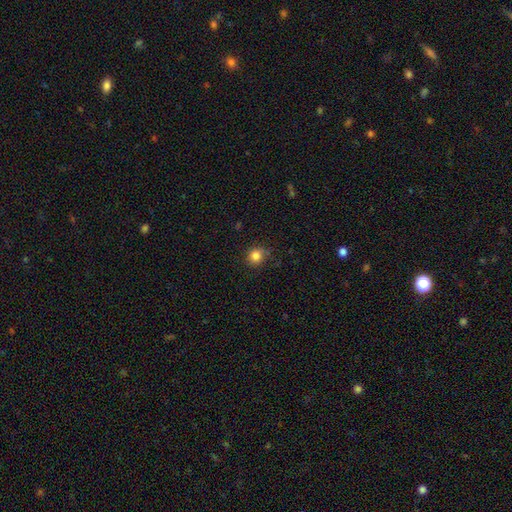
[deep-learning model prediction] Smooth or featured?
  - smooth: 84% *
  - star or artifact: 12%
  - featured or disk: 5%
How rounded?
  - round: 87% *
  - in between: 12%
  - cigar-shaped: 1%
Merging?
  - none: 80% *
  - minor disturbance: 15%
  - major disturbance: 4%
  - merger: 1%